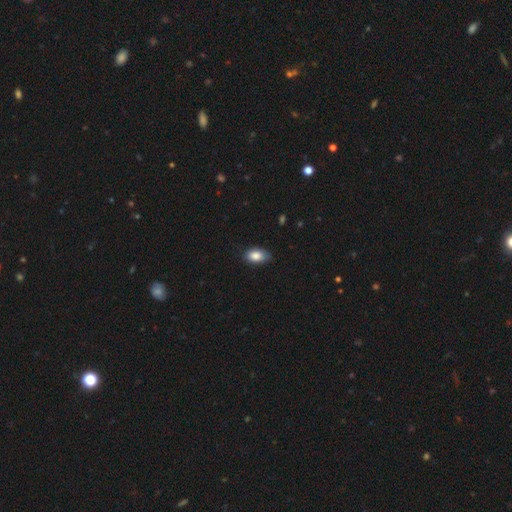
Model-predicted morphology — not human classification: Smooth or featured? Predicted: smooth (p=0.86). How rounded? Predicted: in between (p=0.89). Merging? Predicted: none (p=0.75).